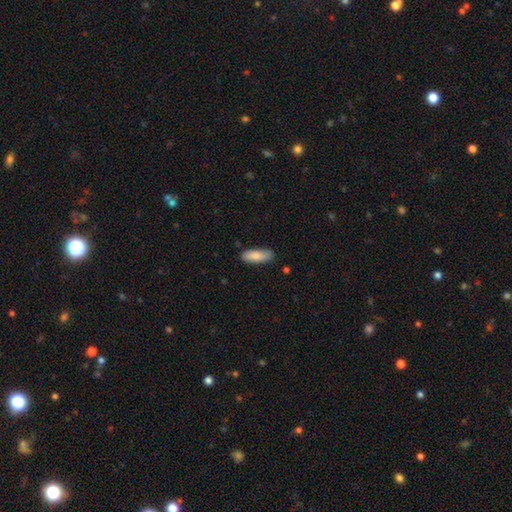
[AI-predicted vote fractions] Q: Smooth or featured?
A: smooth (85%); runner-up: featured or disk (9%)
Q: How rounded?
A: in between (67%); runner-up: cigar-shaped (31%)
Q: Merging?
A: none (81%); runner-up: minor disturbance (15%)